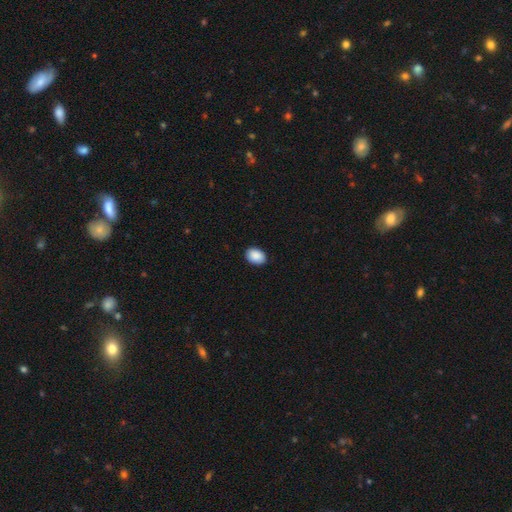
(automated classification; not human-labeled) The model was most divided on "how rounded": in between: 78%, round: 21%, cigar-shaped: 1%. More confident: smooth or featured — smooth (90%); merging — none (90%).